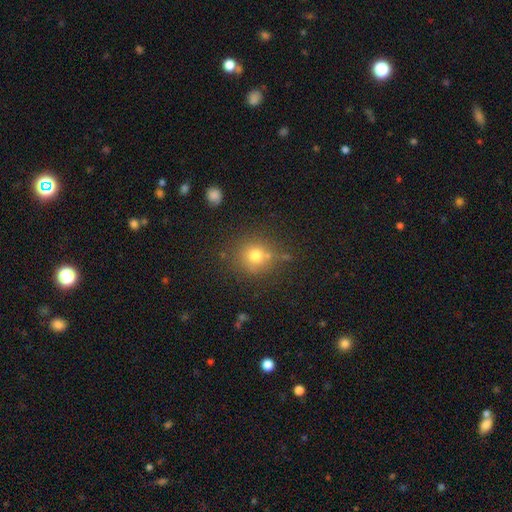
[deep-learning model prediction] Smooth or featured? smooth (75%)
How rounded? round (88%)
Merging? none (74%)